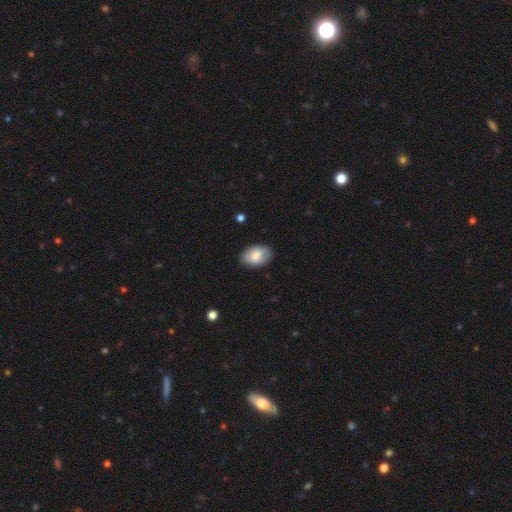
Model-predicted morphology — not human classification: Smooth or featured: smooth — 77% (featured or disk — 16%)
How rounded: in between — 87% (round — 12%)
Merging: none — 84% (minor disturbance — 12%)